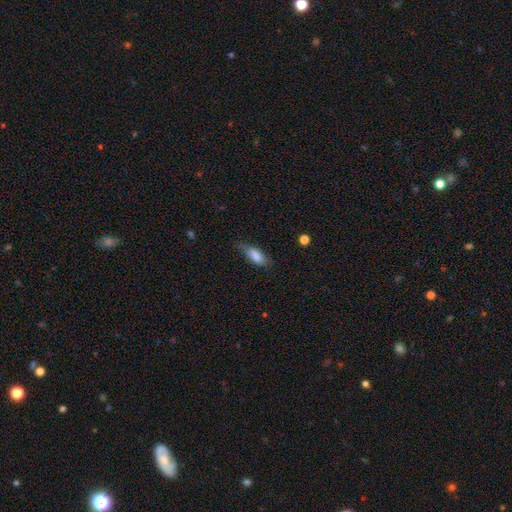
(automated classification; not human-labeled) smooth 79%, featured or disk 14%, star or artifact 7%. Down the decision tree: how rounded — in between (73%); merging — none (60%).